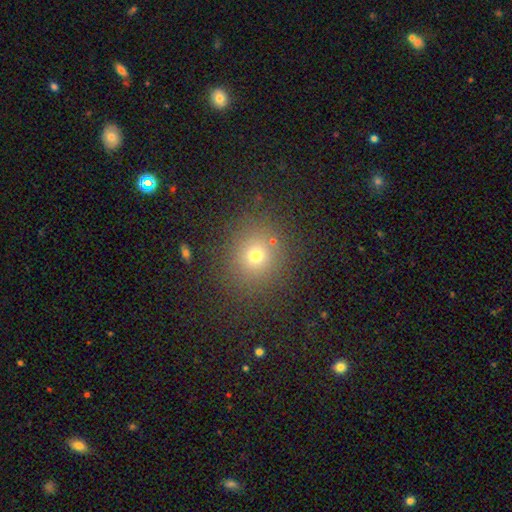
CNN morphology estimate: This is likely a smooth galaxy (70%). How rounded: clearly round (85%). Merging: clearly none (85%).